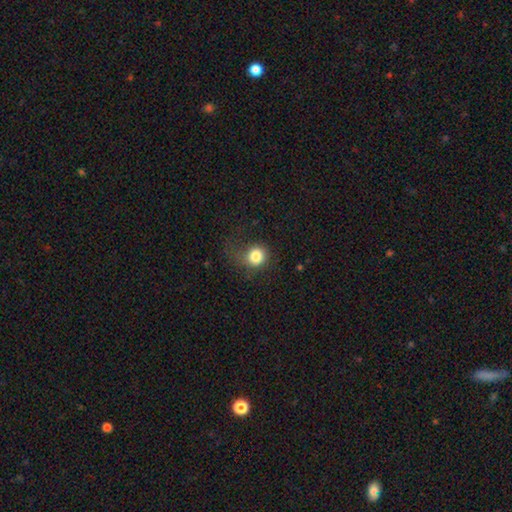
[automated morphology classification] Smooth or featured: smooth — 83% (star or artifact — 11%)
How rounded: round — 83% (in between — 17%)
Merging: none — 58% (minor disturbance — 23%)